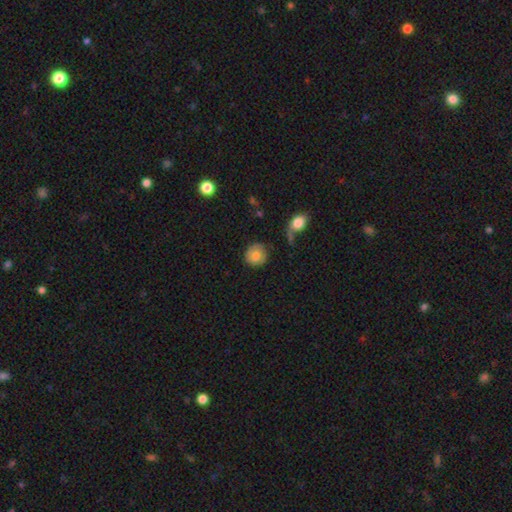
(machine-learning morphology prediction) smooth-or-featured: smooth: 76% | featured or disk: 16% | star or artifact: 8%
  how-rounded: round: 91% | in between: 8% | cigar-shaped: 1%
  merging: none: 78% | minor disturbance: 14% | major disturbance: 5% | merger: 4%